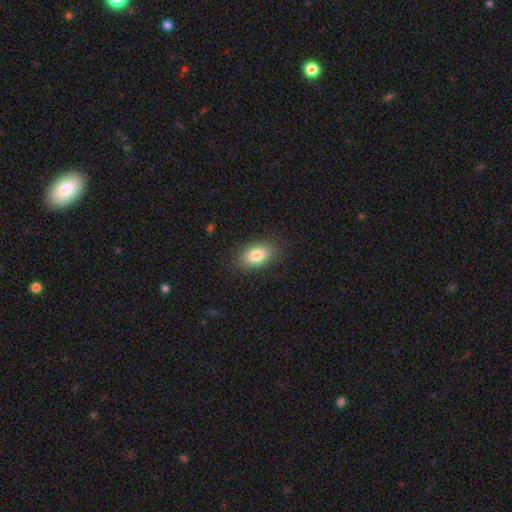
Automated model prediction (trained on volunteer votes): This appears to be a smooth galaxy with no disk features (82%) that is in between round and cigar-shaped (91%). Merging: none (86%).